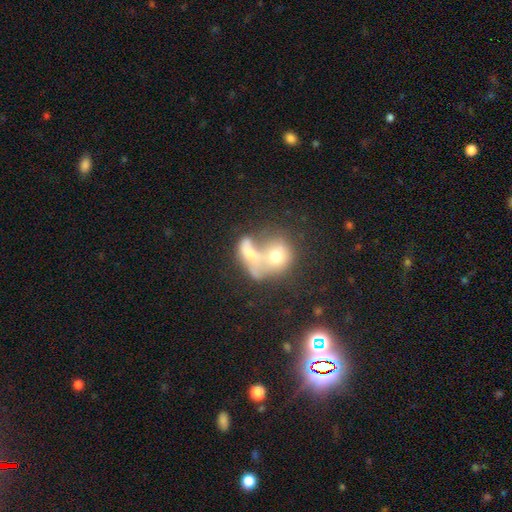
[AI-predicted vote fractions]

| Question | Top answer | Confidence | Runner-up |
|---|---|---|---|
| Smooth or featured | smooth | 50% | featured or disk (33%) |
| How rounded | in between | 51% | round (46%) |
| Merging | merger | 75% | none (13%) |